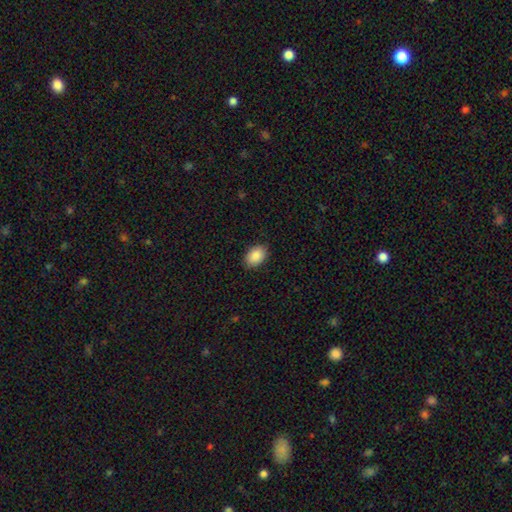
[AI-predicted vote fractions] smooth-or-featured: smooth: 90% | star or artifact: 7% | featured or disk: 4%
  how-rounded: in between: 85% | round: 14% | cigar-shaped: 1%
  merging: none: 87% | minor disturbance: 10% | major disturbance: 2% | merger: 1%